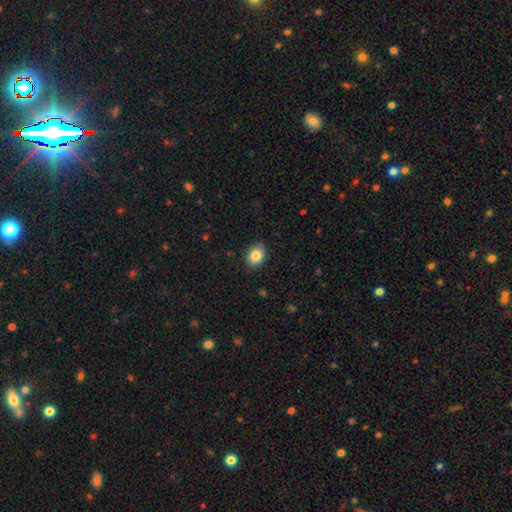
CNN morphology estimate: smooth-or-featured: smooth: 85% | star or artifact: 9% | featured or disk: 6%
  how-rounded: in between: 62% | round: 37% | cigar-shaped: 1%
  merging: none: 83% | minor disturbance: 13% | major disturbance: 2% | merger: 1%